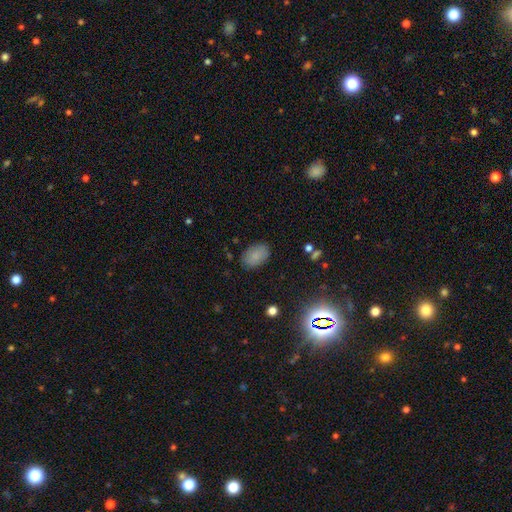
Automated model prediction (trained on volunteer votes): Smooth or featured? smooth (84%)
How rounded? in between (87%)
Merging? none (84%)